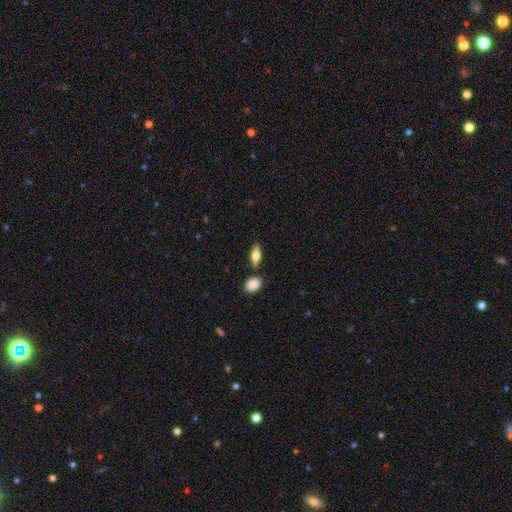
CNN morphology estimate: A smooth galaxy with no disk features (62%) that is in between round and cigar-shaped (68%).

Vote fractions:
- Smooth or featured? smooth: 62% / featured or disk: 31% / star or artifact: 7%
- How rounded? in between: 68% / cigar-shaped: 28% / round: 4%
- Merging? none: 77% / minor disturbance: 10% / merger: 10% / major disturbance: 3%